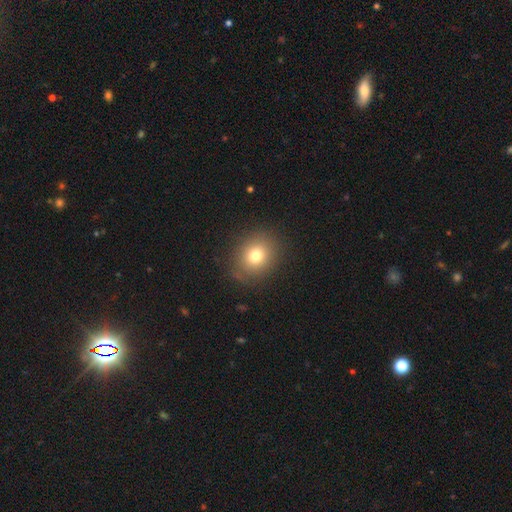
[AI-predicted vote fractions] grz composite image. It shows a smooth galaxy with no disk features (76%) that is round (75%). Merging: none (86%).